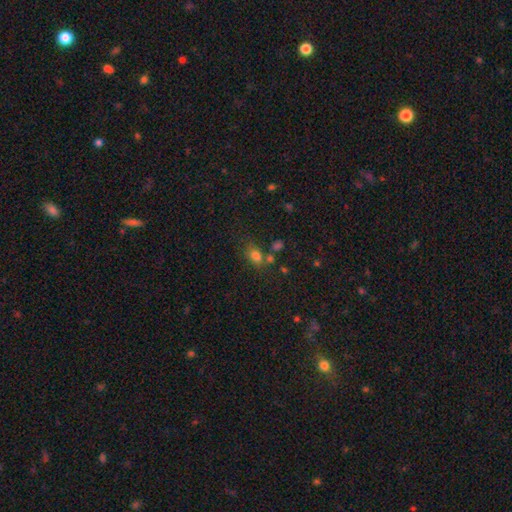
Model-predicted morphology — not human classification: Overall: smooth (74%). How rounded: in between (70%). Merging: none (56%; merger 21%).